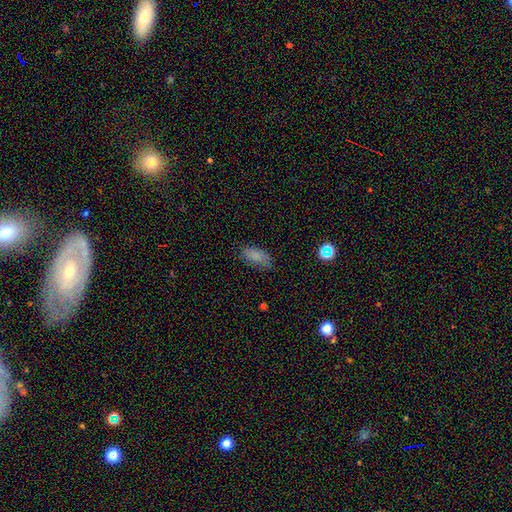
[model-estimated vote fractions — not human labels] The model was most divided on "merging": none: 66%, minor disturbance: 25%, major disturbance: 7%, merger: 2%. More confident: how rounded — in between (88%); smooth or featured — smooth (80%).